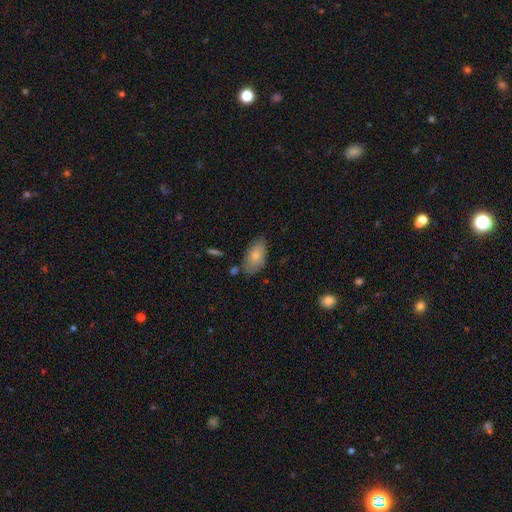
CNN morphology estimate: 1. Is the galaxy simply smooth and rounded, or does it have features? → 78% smooth, 15% featured or disk, 6% star or artifact.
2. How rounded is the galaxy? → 93% in between, 4% round, 3% cigar-shaped.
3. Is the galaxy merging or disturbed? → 72% none, 19% minor disturbance, 5% merger, 4% major disturbance.